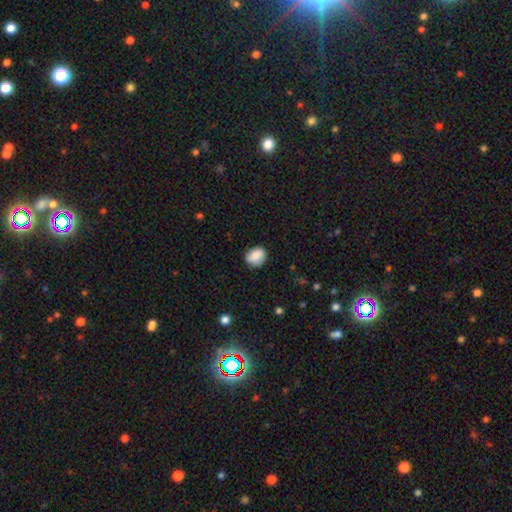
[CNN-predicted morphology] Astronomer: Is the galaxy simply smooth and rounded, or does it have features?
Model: smooth — 82%.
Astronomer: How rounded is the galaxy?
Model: round — 53% (runner-up: in between, 46%).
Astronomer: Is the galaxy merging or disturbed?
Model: none — 77%.